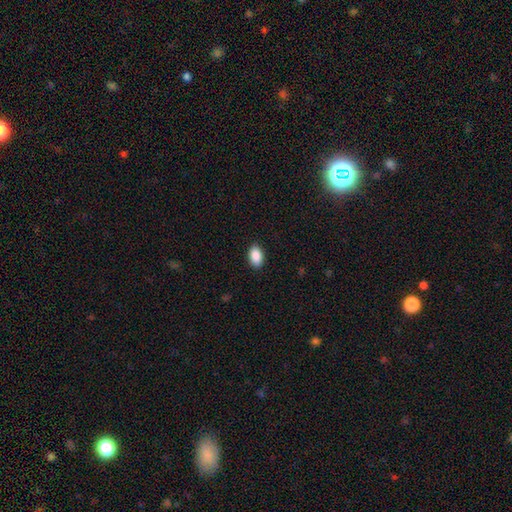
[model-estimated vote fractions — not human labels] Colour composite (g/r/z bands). It shows a smooth galaxy with no disk features (90%) that is in between round and cigar-shaped (91%). Merging: none (89%).